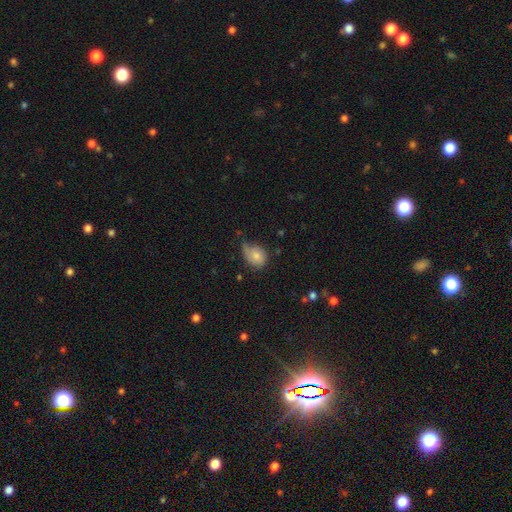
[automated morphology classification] A smooth galaxy with no disk features (76%) that is in between round and cigar-shaped (52%).

Vote fractions:
- Smooth or featured? smooth: 76% / featured or disk: 15% / star or artifact: 9%
- How rounded? in between: 52% / round: 47% / cigar-shaped: 1%
- Merging? none: 43% / minor disturbance: 39% / major disturbance: 14% / merger: 4%